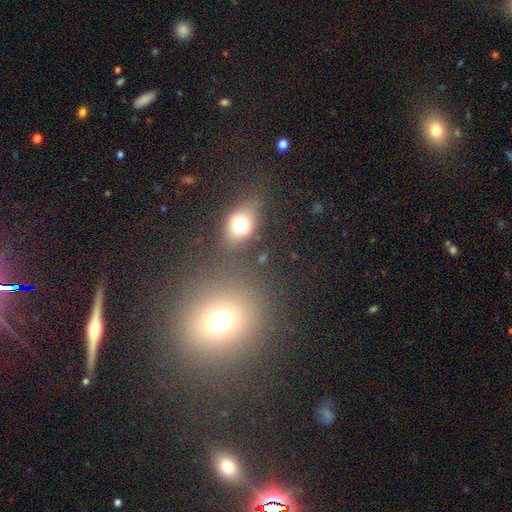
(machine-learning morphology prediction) smooth_or_featured: smooth (p=0.52) [alt: star or artifact p=0.29]
how_rounded: round (p=0.55) [alt: in between p=0.39]
merging: none (p=0.72) [alt: merger p=0.13]